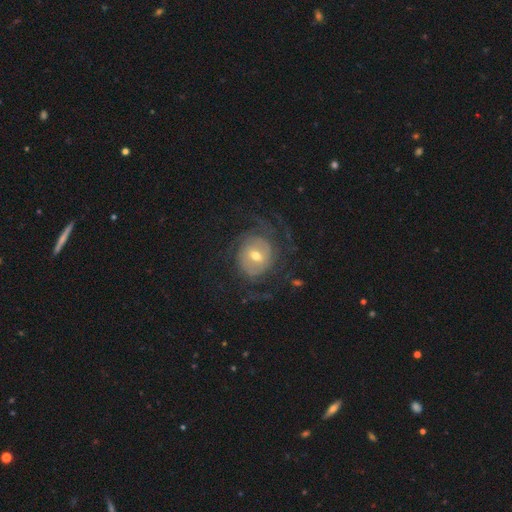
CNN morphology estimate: Smooth or featured? Predicted: featured or disk (p=0.76). Edge-on disk? Predicted: no (p=0.97). Bar? Predicted: weak (p=0.47). Spiral arms? Predicted: yes (p=0.85). Spiral winding? Predicted: tight (p=0.42). Spiral arm count? Predicted: 2 (p=0.37). Bulge size? Predicted: moderate (p=0.61). Merging? Predicted: none (p=0.63).